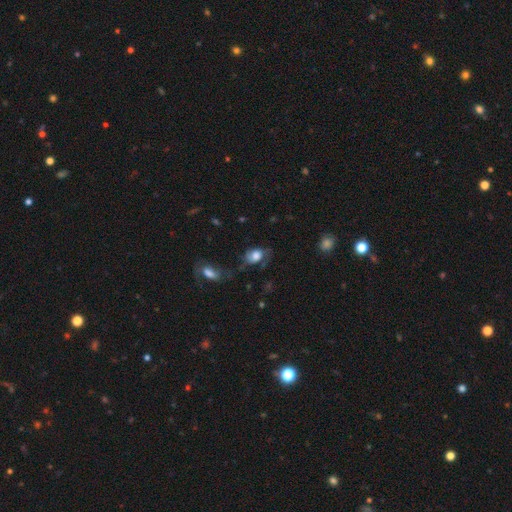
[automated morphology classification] Smooth or featured? Predicted: smooth (p=0.63). How rounded? Predicted: in between (p=0.72). Merging? Predicted: none (p=0.40).